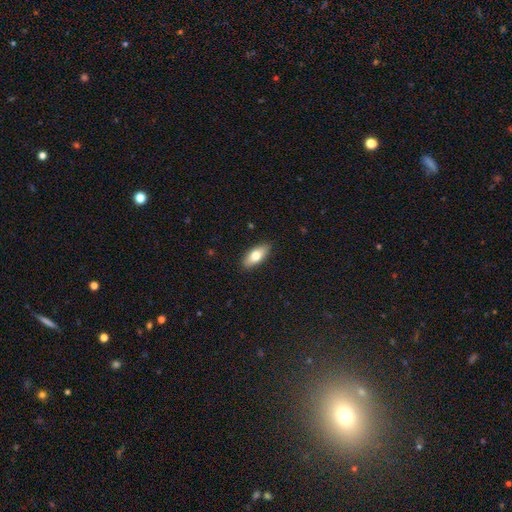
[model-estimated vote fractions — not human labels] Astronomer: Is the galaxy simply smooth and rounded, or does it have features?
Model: smooth — 74%.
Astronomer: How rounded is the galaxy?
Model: in between — 80%.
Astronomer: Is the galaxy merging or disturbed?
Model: none — 88%.